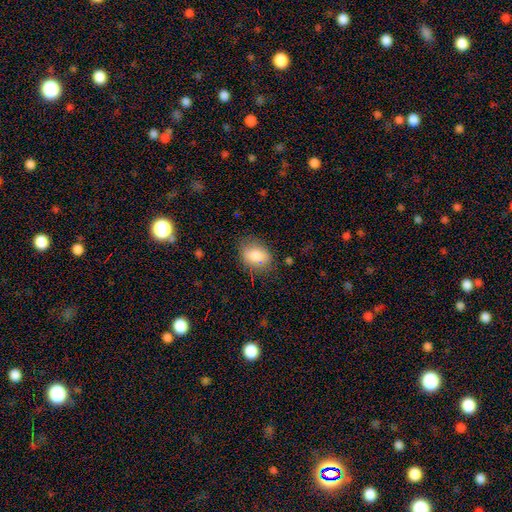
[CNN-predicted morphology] smooth_or_featured: smooth (p=0.81) [alt: featured or disk p=0.11]
how_rounded: in between (p=0.75) [alt: round p=0.24]
merging: none (p=0.74) [alt: minor disturbance p=0.19]